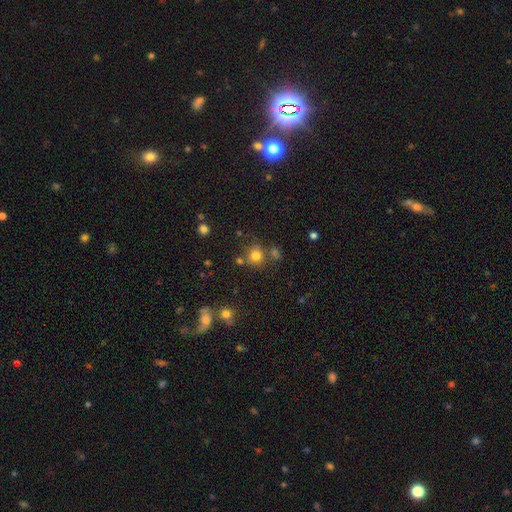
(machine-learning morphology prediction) A smooth galaxy with no disk features (78%) that is round (88%).

Vote fractions:
- Smooth or featured? smooth: 78% / star or artifact: 15% / featured or disk: 7%
- How rounded? round: 88% / in between: 11% / cigar-shaped: 1%
- Merging? none: 71% / merger: 13% / minor disturbance: 11% / major disturbance: 5%